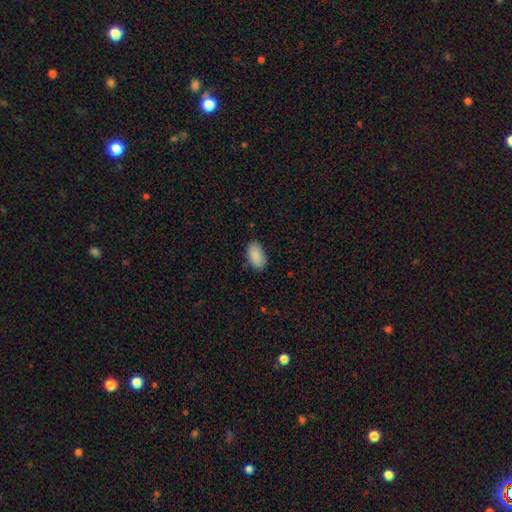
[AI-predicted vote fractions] Smooth or featured? Predicted: smooth (p=0.89). How rounded? Predicted: in between (p=0.94). Merging? Predicted: none (p=0.82).